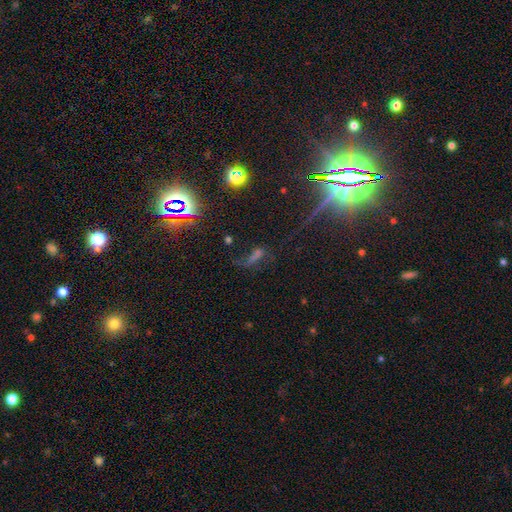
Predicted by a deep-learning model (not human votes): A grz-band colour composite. It shows a star or artifact, not a galaxy (47%).